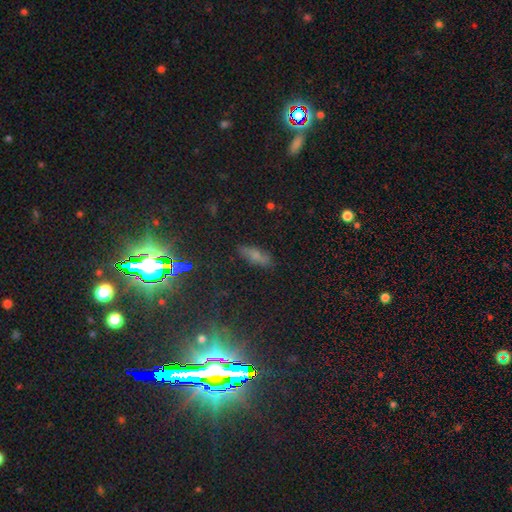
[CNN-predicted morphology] smooth 59%, star or artifact 23%, featured or disk 18%. Down the decision tree: how rounded — in between (59%); merging — none (77%).